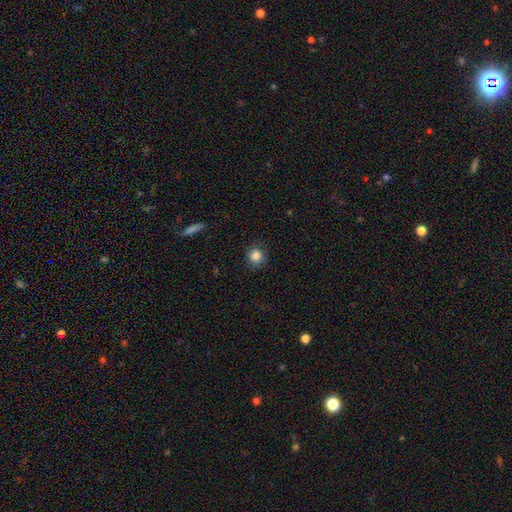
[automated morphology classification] A smooth galaxy with no disk features (86%) that is round (90%).

Vote fractions:
- Smooth or featured? smooth: 86% / star or artifact: 10% / featured or disk: 4%
- How rounded? round: 90% / in between: 9% / cigar-shaped: 1%
- Merging? none: 84% / minor disturbance: 12% / major disturbance: 3% / merger: 1%